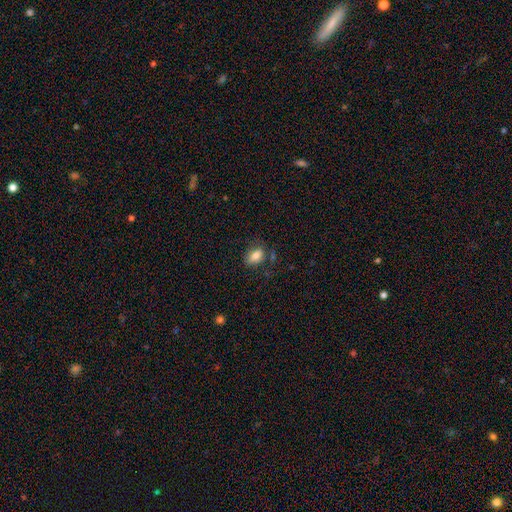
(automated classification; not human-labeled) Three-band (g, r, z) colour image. It shows a smooth galaxy with no disk features (80%) that is in between round and cigar-shaped (88%). Merging: none (67%).